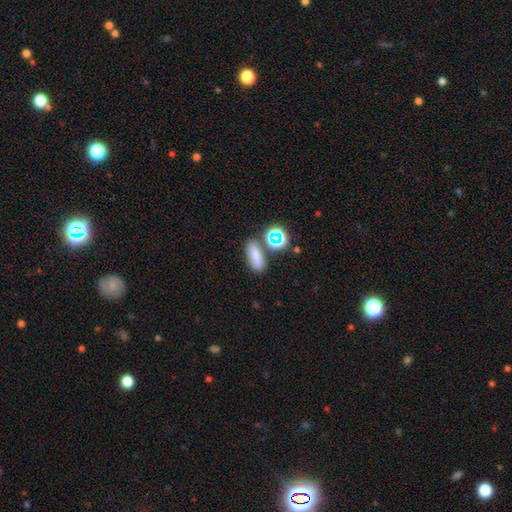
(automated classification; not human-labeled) smooth-or-featured: smooth: 69% | star or artifact: 18% | featured or disk: 12%
  how-rounded: in between: 66% | cigar-shaped: 18% | round: 16%
  merging: none: 68% | merger: 14% | minor disturbance: 13% | major disturbance: 5%